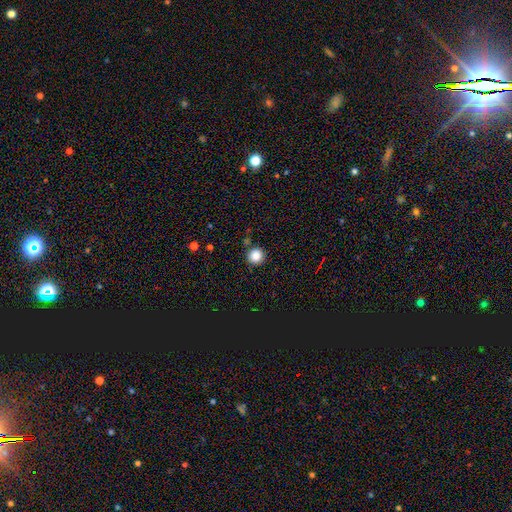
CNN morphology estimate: type=smooth (86%); roundness=round (95%); merging=none (87%).